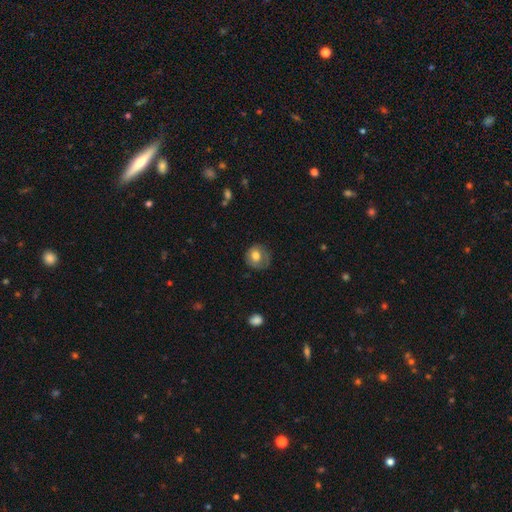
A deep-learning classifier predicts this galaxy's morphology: A smooth galaxy with no disk features (71%) that is round (82%). Merging: none (67%).